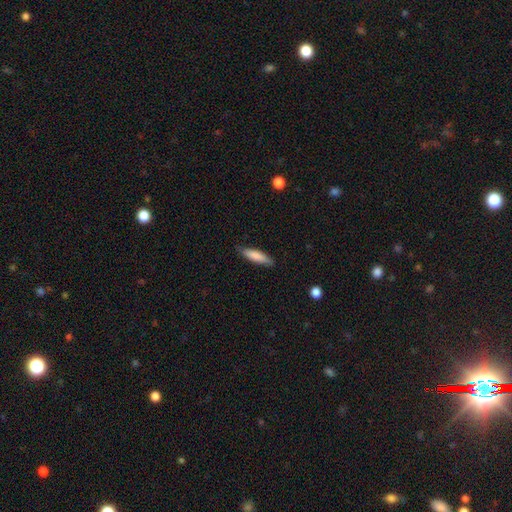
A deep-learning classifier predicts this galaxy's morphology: smooth_or_featured: smooth (p=0.82) [alt: featured or disk p=0.13]
how_rounded: cigar-shaped (p=0.71) [alt: in between p=0.28]
merging: none (p=0.83) [alt: minor disturbance p=0.14]